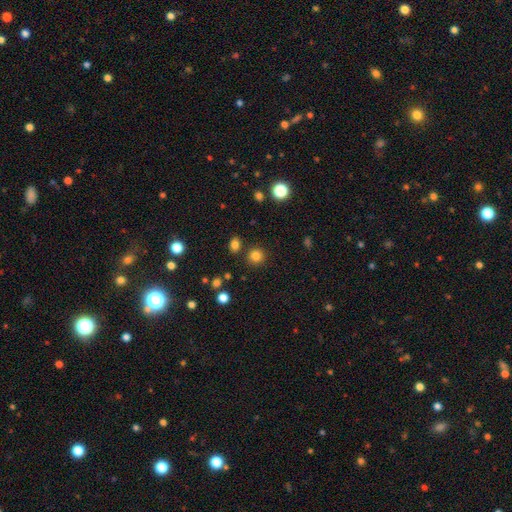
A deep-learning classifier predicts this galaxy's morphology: smooth 82%, star or artifact 14%, featured or disk 5%. Down the decision tree: how rounded — round (91%); merging — none (86%).